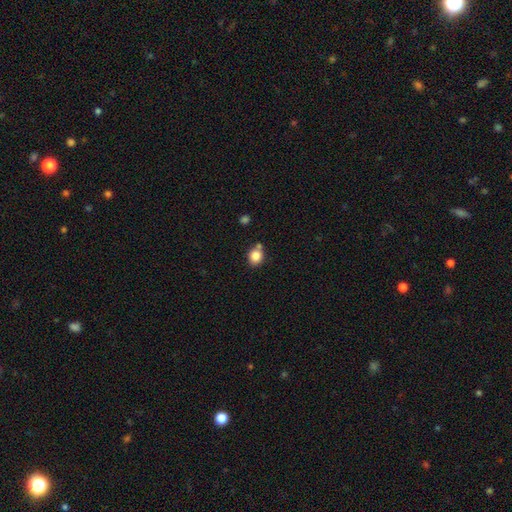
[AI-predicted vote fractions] Smooth or featured: smooth — 84% (star or artifact — 10%)
How rounded: round — 75% (in between — 24%)
Merging: none — 70% (merger — 14%)